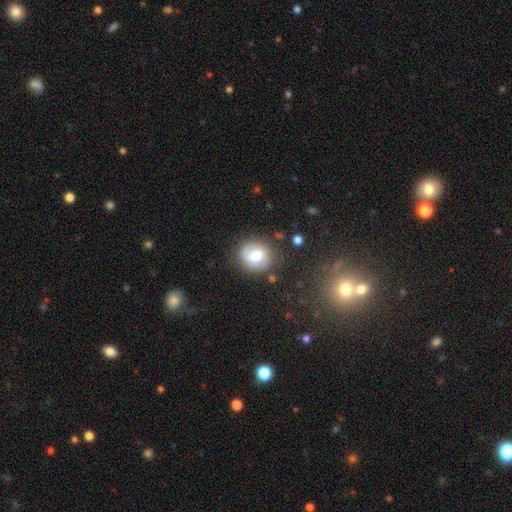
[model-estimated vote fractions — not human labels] This appears to be a smooth galaxy with no disk features (61%) that is round (77%). Merging: none (75%).